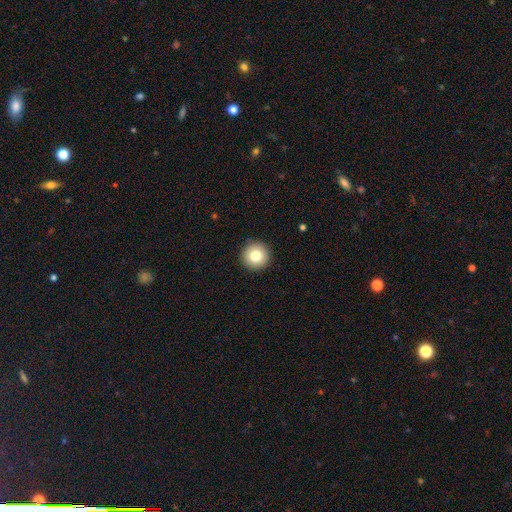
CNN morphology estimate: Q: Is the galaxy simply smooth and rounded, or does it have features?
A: smooth — 81%.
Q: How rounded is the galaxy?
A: round — 96%.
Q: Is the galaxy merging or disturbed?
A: none — 93%.